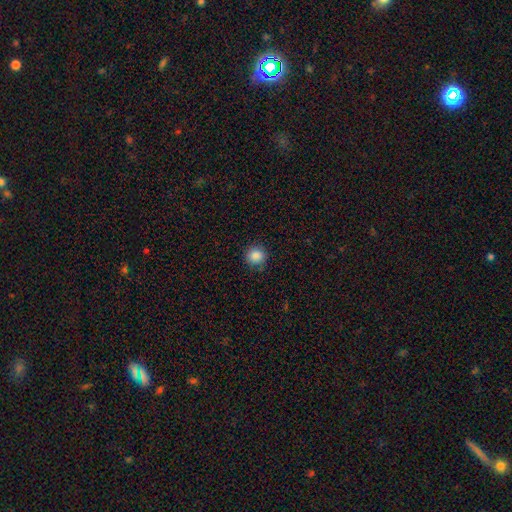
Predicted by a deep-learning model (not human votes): A smooth galaxy with no disk features (87%) that is round (92%). Merging: none (88%).